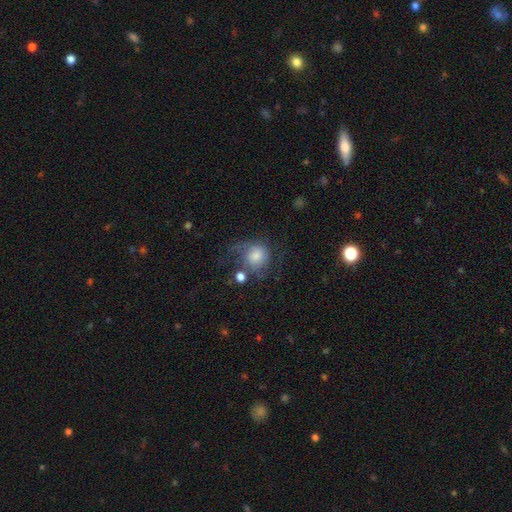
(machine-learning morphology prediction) Smooth or featured: smooth — 53% (featured or disk — 35%)
How rounded: round — 78% (in between — 21%)
Merging: none — 43% (major disturbance — 28%)